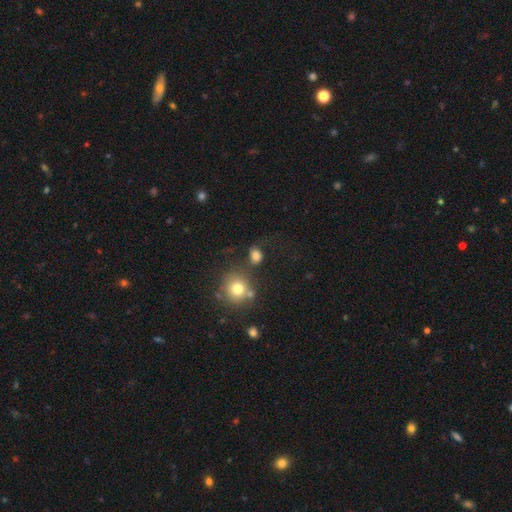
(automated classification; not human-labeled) Morphology: type=smooth (77%); roundness=round (52%); merging=none (58%).